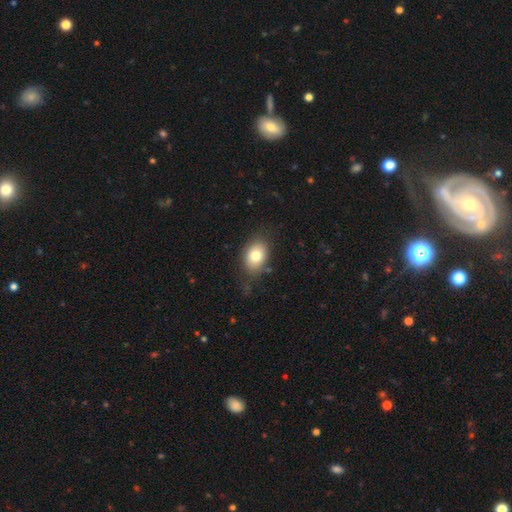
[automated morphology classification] This appears to be a smooth galaxy with no disk features (78%) that is in between round and cigar-shaped (75%). Merging: none (76%).